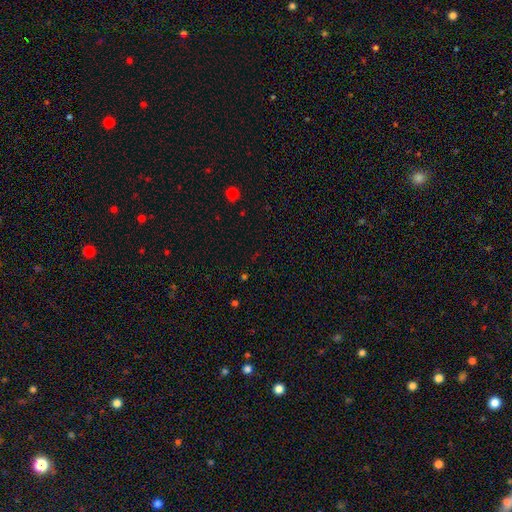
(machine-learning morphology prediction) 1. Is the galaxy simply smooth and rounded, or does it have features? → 62% star or artifact, 30% smooth, 7% featured or disk.